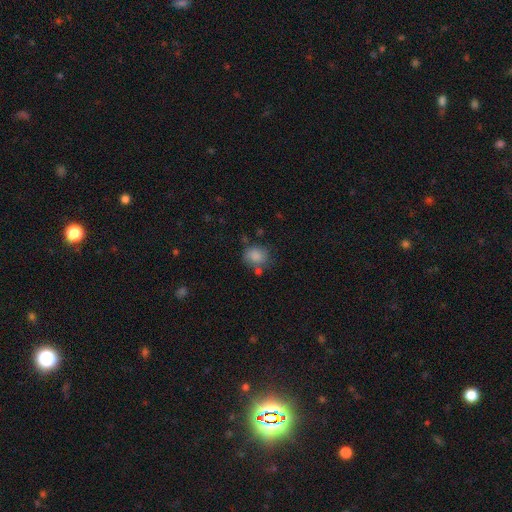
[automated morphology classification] smooth-or-featured: smooth: 84% | star or artifact: 9% | featured or disk: 7%
  how-rounded: round: 68% | in between: 31% | cigar-shaped: 1%
  merging: none: 63% | minor disturbance: 19% | merger: 11% | major disturbance: 6%